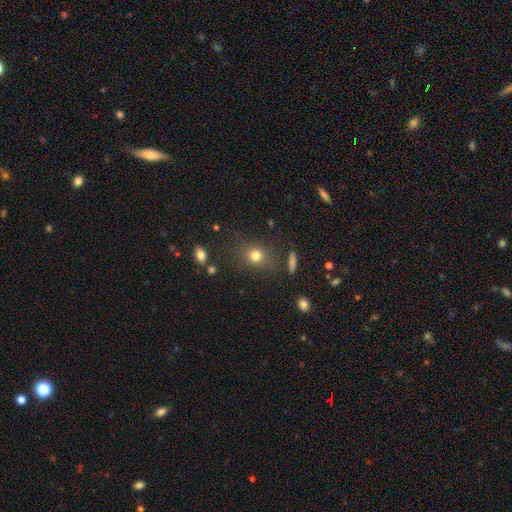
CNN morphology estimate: smooth 77%, star or artifact 15%, featured or disk 9%. Down the decision tree: how rounded — round (77%); merging — none (81%).